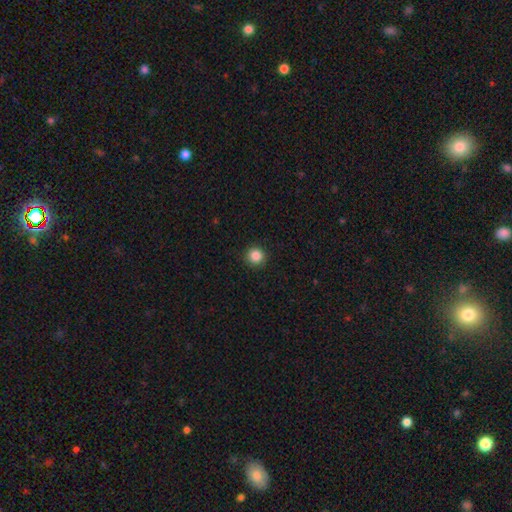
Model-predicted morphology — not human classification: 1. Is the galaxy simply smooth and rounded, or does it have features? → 86% smooth, 10% star or artifact, 3% featured or disk.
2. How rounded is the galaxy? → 96% round, 3% in between, 1% cigar-shaped.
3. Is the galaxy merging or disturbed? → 92% none, 5% minor disturbance, 2% major disturbance, 1% merger.